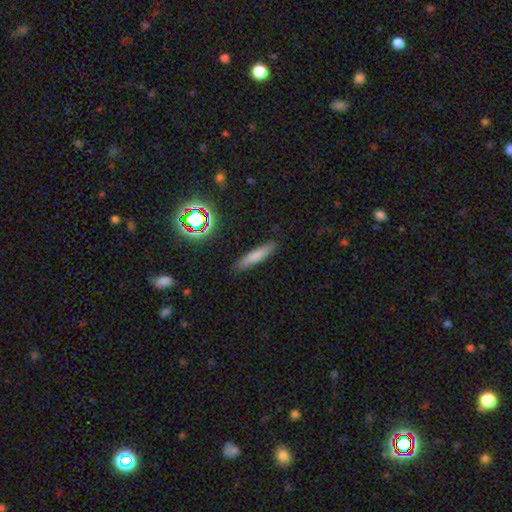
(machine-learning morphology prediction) smooth-or-featured: smooth: 75% | featured or disk: 15% | star or artifact: 10%
  how-rounded: cigar-shaped: 84% | in between: 14% | round: 2%
  merging: none: 87% | minor disturbance: 10% | major disturbance: 2% | merger: 2%